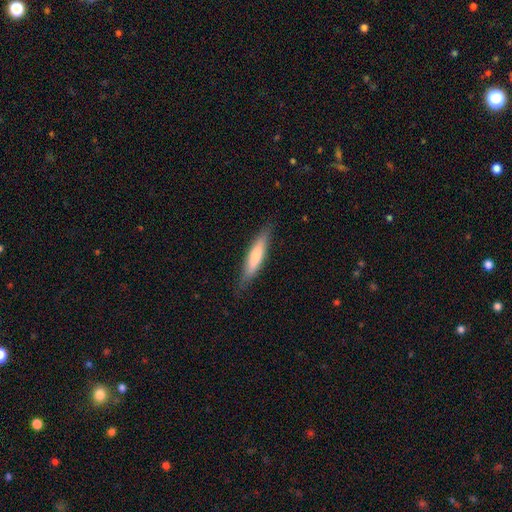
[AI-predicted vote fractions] The model was most divided on "smooth or featured": smooth: 61%, featured or disk: 33%, star or artifact: 6%. More confident: how rounded — cigar-shaped (86%); merging — none (83%).